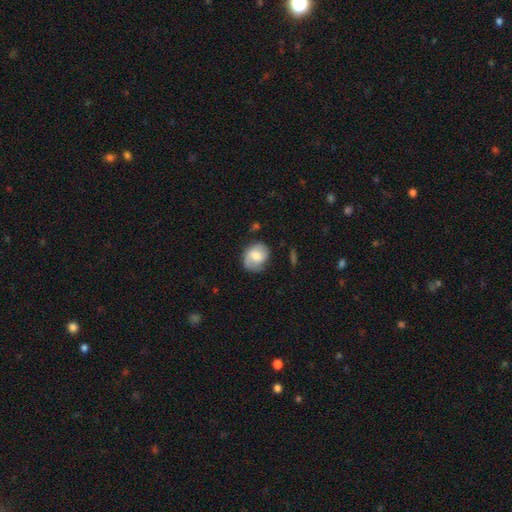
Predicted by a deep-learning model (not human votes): A smooth galaxy with no disk features (56%) that is round (57%). Merging: none (67%).